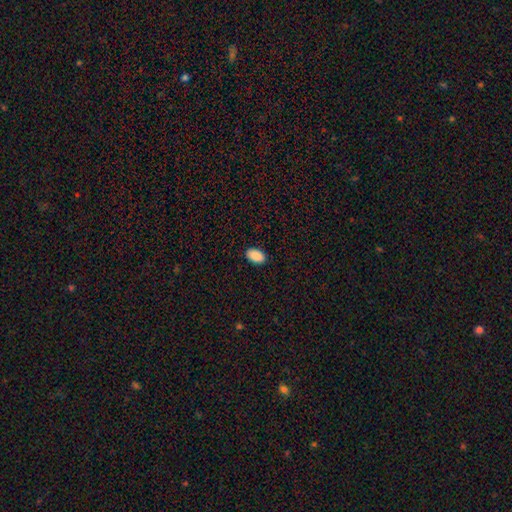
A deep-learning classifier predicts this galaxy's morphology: Smooth or featured? Predicted: smooth (p=0.90). How rounded? Predicted: in between (p=0.93). Merging? Predicted: none (p=0.90).